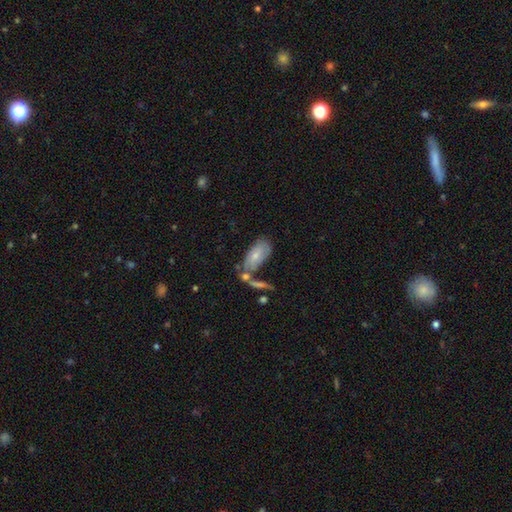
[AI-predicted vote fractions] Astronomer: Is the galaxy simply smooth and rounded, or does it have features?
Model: smooth — 66%.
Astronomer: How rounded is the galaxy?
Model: in between — 90%.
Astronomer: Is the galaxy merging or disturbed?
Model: none — 45% (runner-up: merger, 26%).